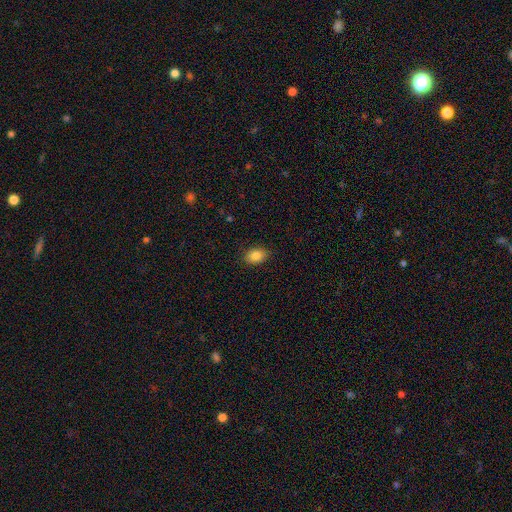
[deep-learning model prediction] Smooth or featured: smooth — 85% (star or artifact — 9%)
How rounded: in between — 78% (round — 20%)
Merging: none — 88% (minor disturbance — 9%)